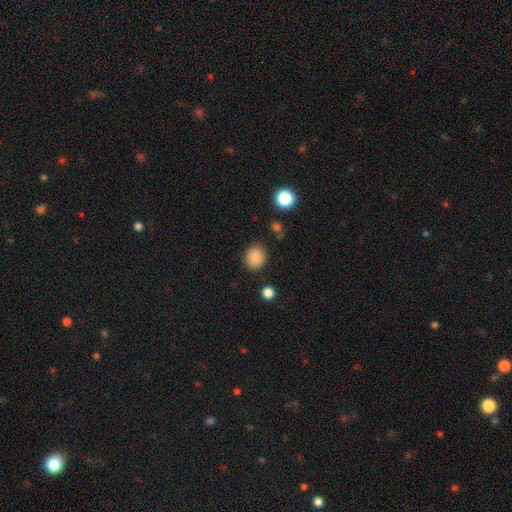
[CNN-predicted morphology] Q: Smooth or featured?
A: smooth (86%); runner-up: star or artifact (9%)
Q: How rounded?
A: round (78%); runner-up: in between (21%)
Q: Merging?
A: none (85%); runner-up: minor disturbance (10%)